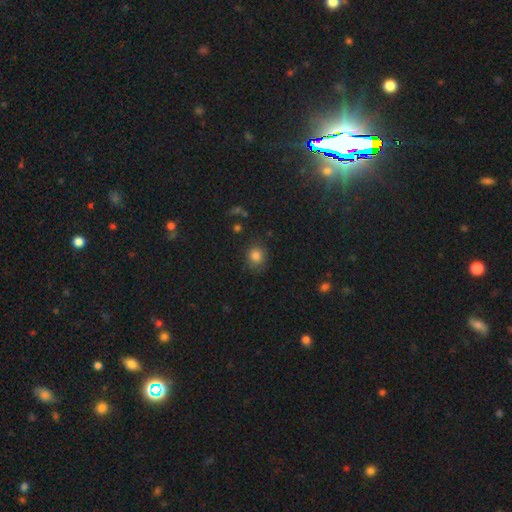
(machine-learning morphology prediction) smooth 82%, star or artifact 12%, featured or disk 6%. Down the decision tree: how rounded — round (78%); merging — none (74%).